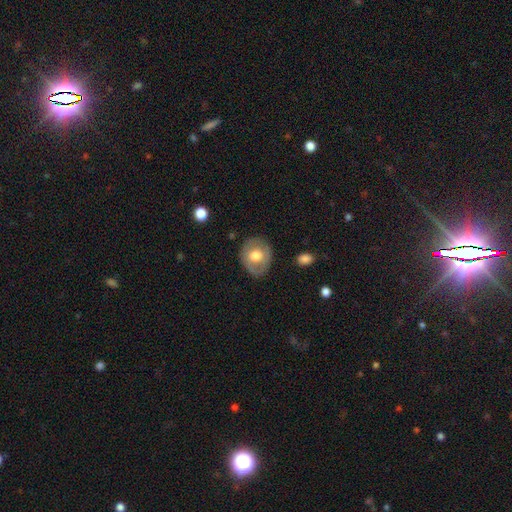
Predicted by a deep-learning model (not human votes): Smooth or featured?
  - smooth: 57% *
  - featured or disk: 37%
  - star or artifact: 7%
How rounded?
  - round: 65% *
  - in between: 34%
  - cigar-shaped: 1%
Merging?
  - none: 80% *
  - minor disturbance: 15%
  - major disturbance: 4%
  - merger: 1%